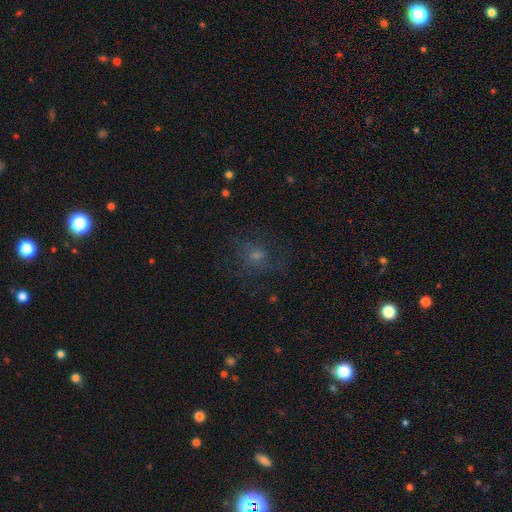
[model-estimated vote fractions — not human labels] Smooth or featured? Predicted: smooth (p=0.55). How rounded? Predicted: round (p=0.75). Merging? Predicted: none (p=0.65).